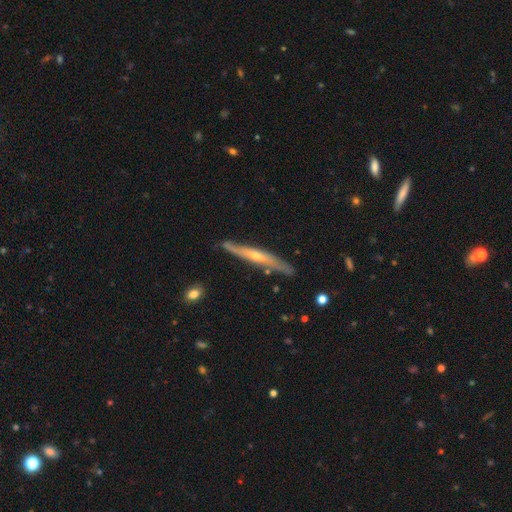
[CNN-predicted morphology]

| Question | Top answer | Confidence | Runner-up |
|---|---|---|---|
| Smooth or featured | featured or disk | 68% | smooth (27%) |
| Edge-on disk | yes | 91% | no (9%) |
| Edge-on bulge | rounded | 63% | none (32%) |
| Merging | none | 78% | minor disturbance (16%) |